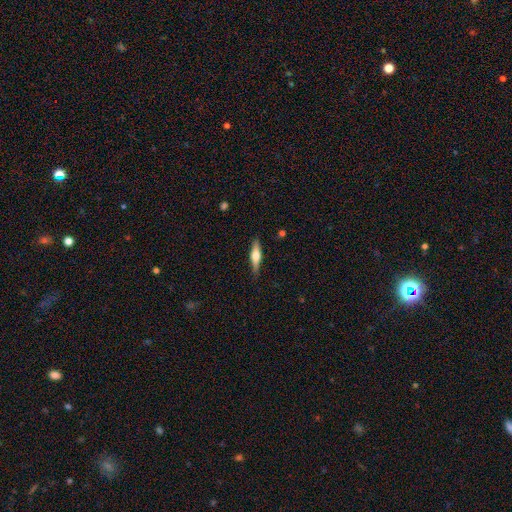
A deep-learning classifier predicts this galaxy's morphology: type=featured or disk (53%); edge-on=yes (95%); merging=none (87%).